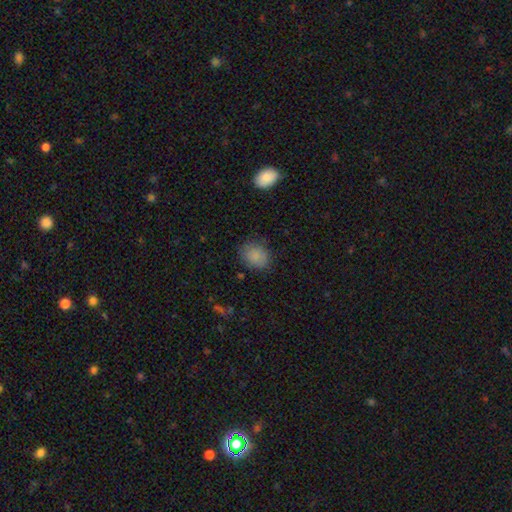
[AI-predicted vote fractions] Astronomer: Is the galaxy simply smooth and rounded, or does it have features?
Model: smooth — 85%.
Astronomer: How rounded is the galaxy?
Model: in between — 50% (runner-up: round, 49%).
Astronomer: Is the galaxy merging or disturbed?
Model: none — 80%.